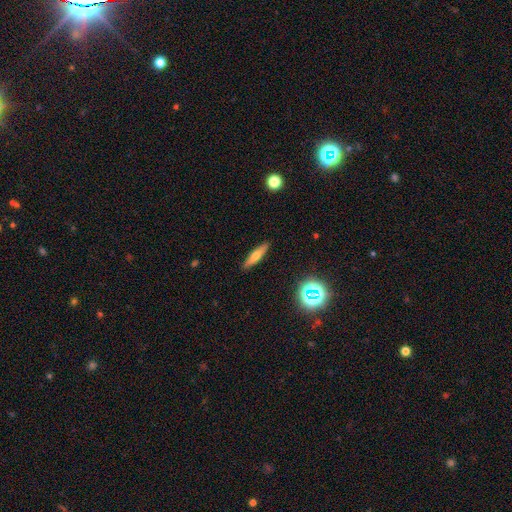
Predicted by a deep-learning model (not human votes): Smooth or featured?
  - smooth: 53% *
  - featured or disk: 37%
  - star or artifact: 10%
How rounded?
  - cigar-shaped: 77% *
  - in between: 20%
  - round: 3%
Merging?
  - none: 90% *
  - minor disturbance: 7%
  - major disturbance: 2%
  - merger: 1%